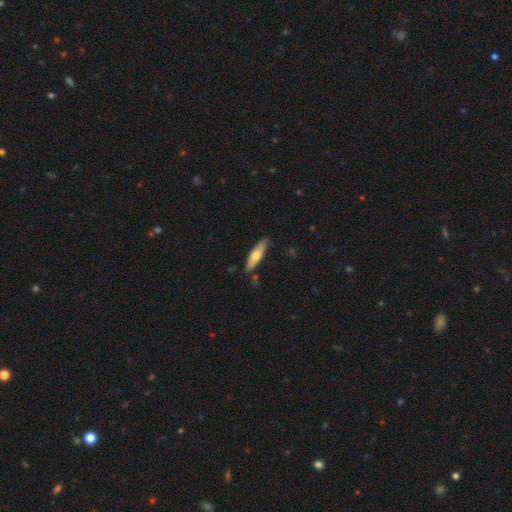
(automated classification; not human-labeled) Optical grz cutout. It shows a smooth galaxy with no disk features (62%) that is cigar-shaped (66%). Merging: none (82%).